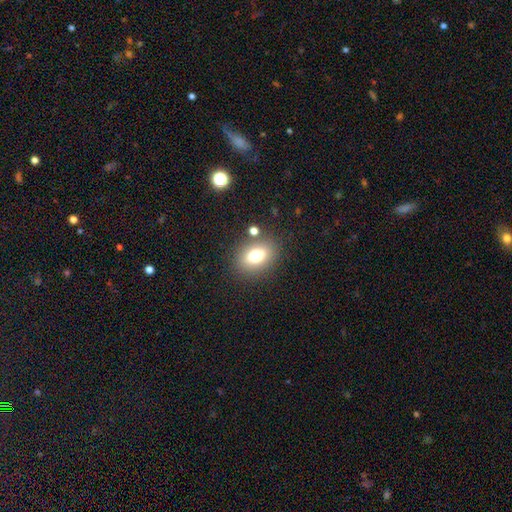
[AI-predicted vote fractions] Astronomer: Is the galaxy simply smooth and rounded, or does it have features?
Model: smooth — 74%.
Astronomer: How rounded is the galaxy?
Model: in between — 75%.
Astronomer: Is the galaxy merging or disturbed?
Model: none — 79%.